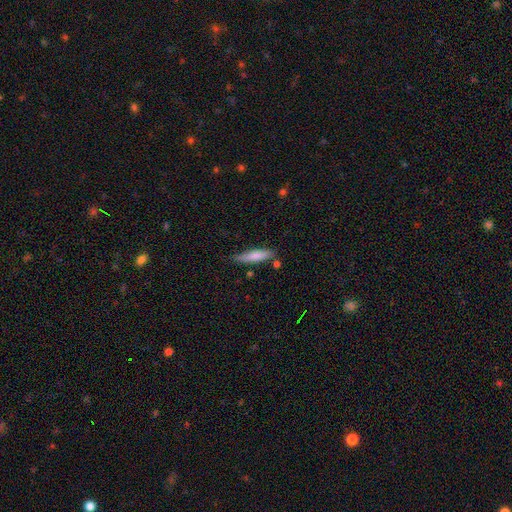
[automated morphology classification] A smooth galaxy with no disk features (77%) that is cigar-shaped (78%).

Vote fractions:
- Smooth or featured? smooth: 77% / featured or disk: 17% / star or artifact: 6%
- How rounded? cigar-shaped: 78% / in between: 21% / round: 1%
- Merging? none: 71% / minor disturbance: 20% / merger: 5% / major disturbance: 4%